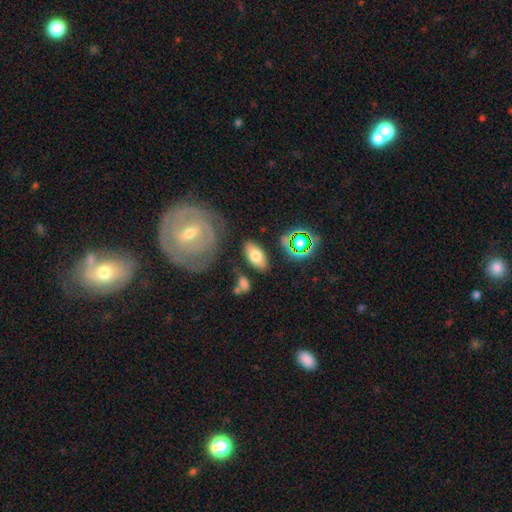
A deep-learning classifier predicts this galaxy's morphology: Smooth or featured? Predicted: smooth (p=0.69). How rounded? Predicted: in between (p=0.90). Merging? Predicted: none (p=0.78).